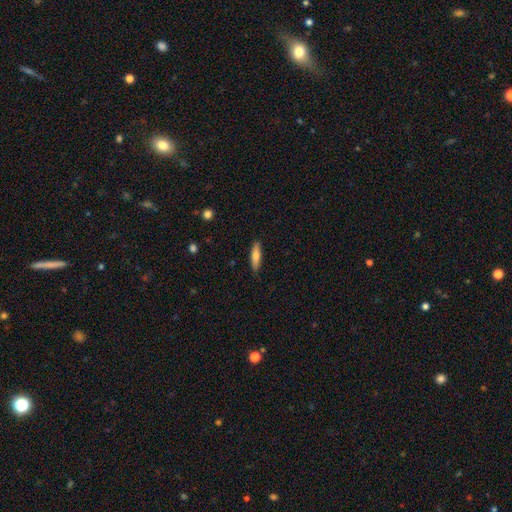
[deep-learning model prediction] A smooth galaxy with no disk features (70%) that is cigar-shaped (68%). Merging: none (88%).